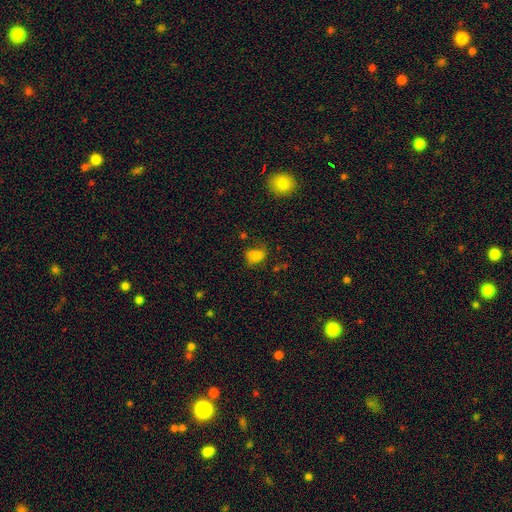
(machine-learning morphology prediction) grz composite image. It shows a smooth galaxy with no disk features (76%) that is in between round and cigar-shaped (71%). Merging: none (53%).